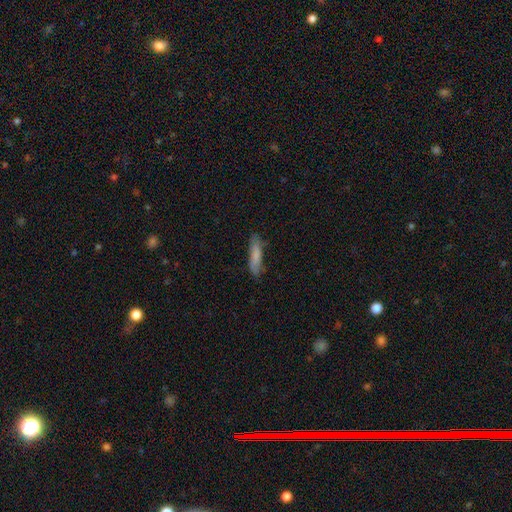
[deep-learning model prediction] Smooth or featured: smooth — 78% (featured or disk — 16%)
How rounded: cigar-shaped — 80% (in between — 19%)
Merging: none — 74% (minor disturbance — 20%)